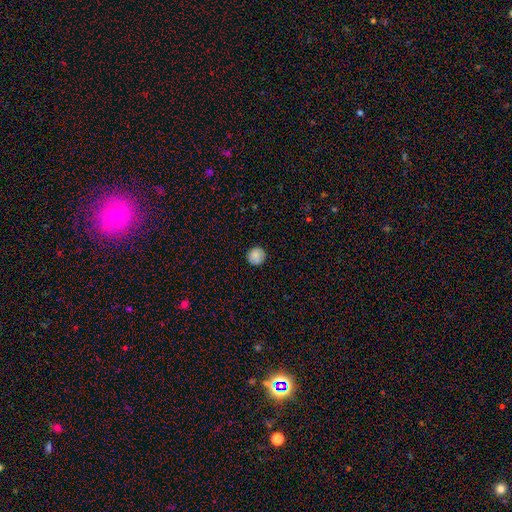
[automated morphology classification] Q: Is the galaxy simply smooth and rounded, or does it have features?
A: smooth — 84%.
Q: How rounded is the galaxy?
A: round — 91%.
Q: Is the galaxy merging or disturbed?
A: none — 87%.